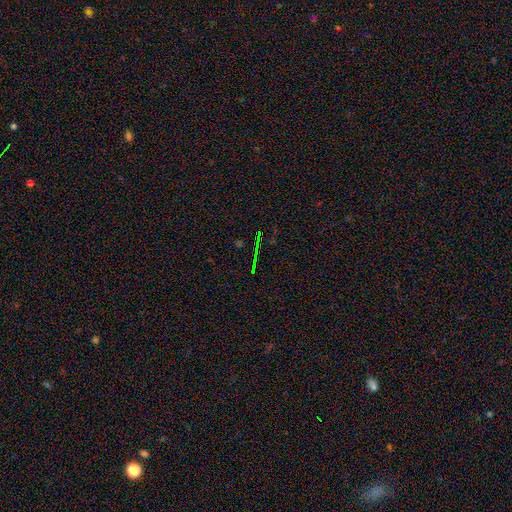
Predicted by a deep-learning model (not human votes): Overall: star or artifact (75%).